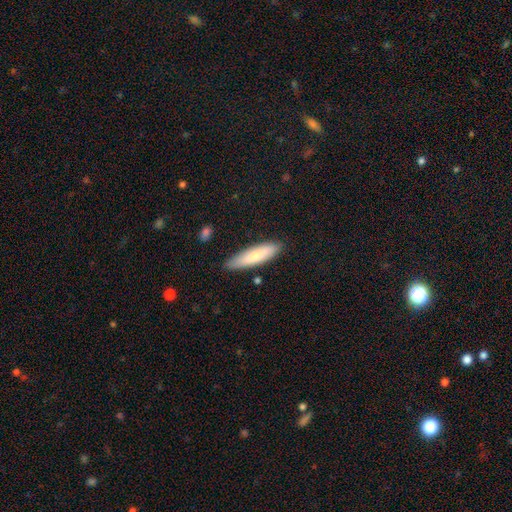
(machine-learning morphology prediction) Q: Smooth or featured?
A: smooth (72%); runner-up: featured or disk (22%)
Q: How rounded?
A: cigar-shaped (68%); runner-up: in between (30%)
Q: Merging?
A: none (84%); runner-up: minor disturbance (12%)